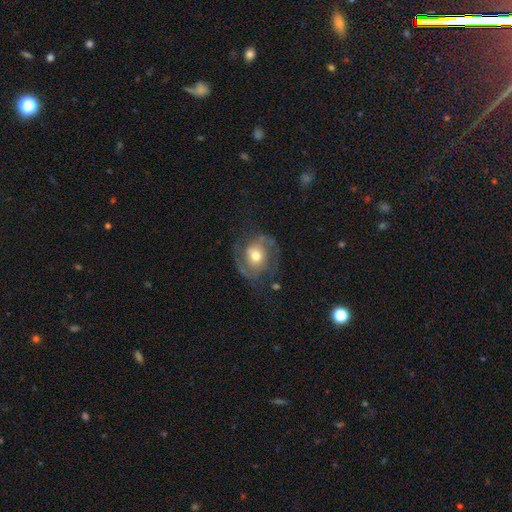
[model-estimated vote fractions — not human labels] A featured or disk galaxy (66%) with no bar (66%), spiral arms (78%) and a moderate central bulge (72%).

Vote fractions:
- Smooth or featured? featured or disk: 66% / smooth: 27% / star or artifact: 8%
- Edge-on disk? no: 97% / yes: 3%
- Bar? no: 66% / weak: 26% / strong: 8%
- Spiral arms? yes: 78% / no: 22%
- Bulge size? moderate: 72% / small: 13% / large: 12% / dominant: 1% / none: 1%
- Merging? none: 59% / minor disturbance: 21% / major disturbance: 18% / merger: 2%